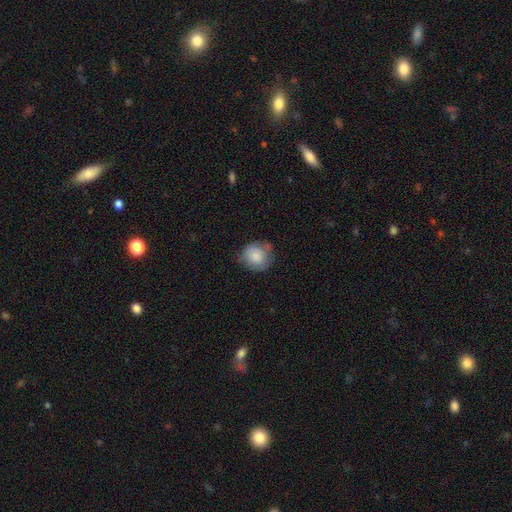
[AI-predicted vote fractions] smooth 82%, featured or disk 11%, star or artifact 7%. Down the decision tree: how rounded — round (85%); merging — none (64%).